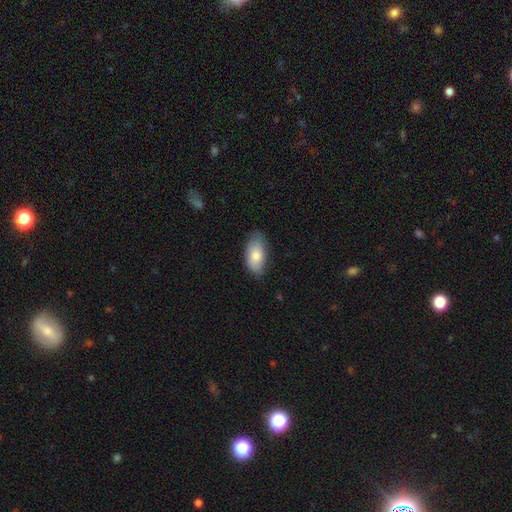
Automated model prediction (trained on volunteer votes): A smooth galaxy with no disk features (79%) that is in between round and cigar-shaped (93%).

Vote fractions:
- Smooth or featured? smooth: 79% / featured or disk: 14% / star or artifact: 6%
- How rounded? in between: 93% / cigar-shaped: 4% / round: 3%
- Merging? none: 73% / minor disturbance: 22% / major disturbance: 4% / merger: 1%